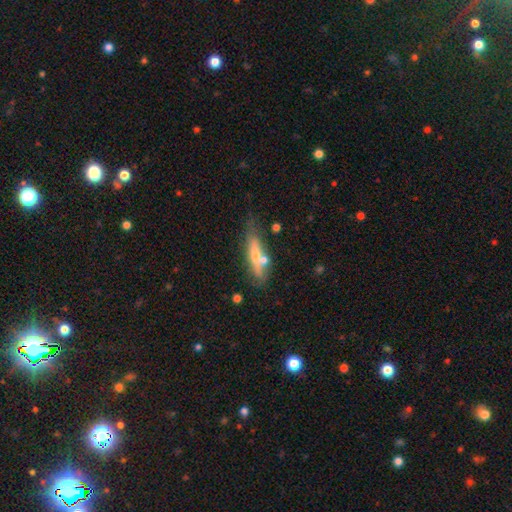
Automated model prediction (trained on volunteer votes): Q: Smooth or featured?
A: featured or disk (47%); runner-up: smooth (45%)
Q: Merging?
A: none (58%); runner-up: minor disturbance (22%)